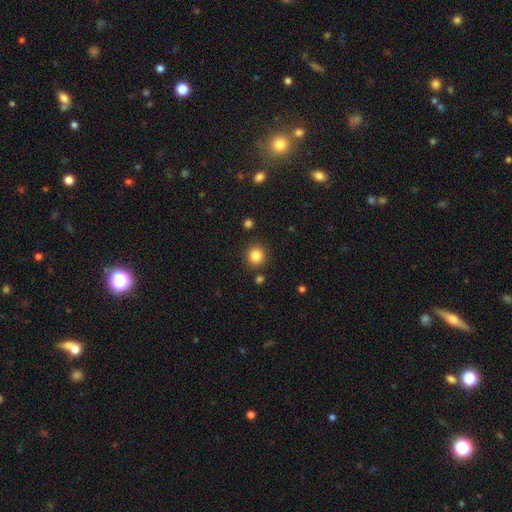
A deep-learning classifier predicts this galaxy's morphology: smooth_or_featured: smooth (p=0.84) [alt: star or artifact p=0.11]
how_rounded: round (p=0.92) [alt: in between p=0.07]
merging: none (p=0.88) [alt: minor disturbance p=0.07]